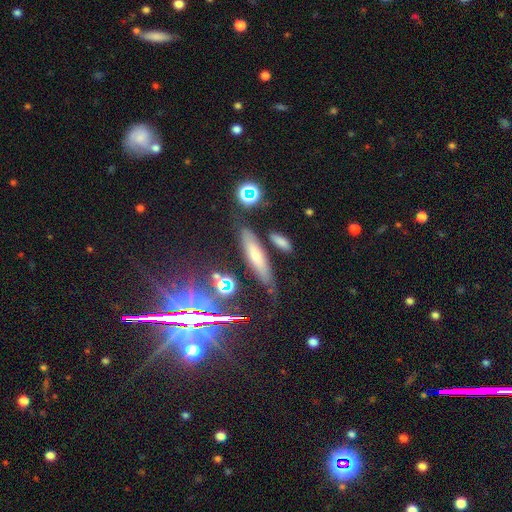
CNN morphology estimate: This appears to be a smooth galaxy with no disk features (56%) that is cigar-shaped (75%). Merging: none (76%).